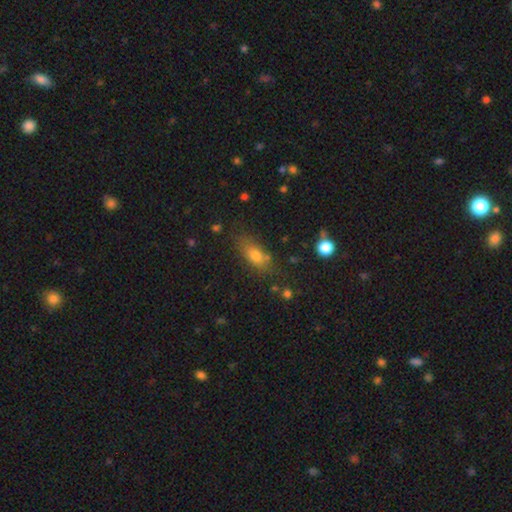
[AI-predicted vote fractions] smooth 71%, featured or disk 16%, star or artifact 13%. Down the decision tree: how rounded — in between (72%); merging — none (68%).